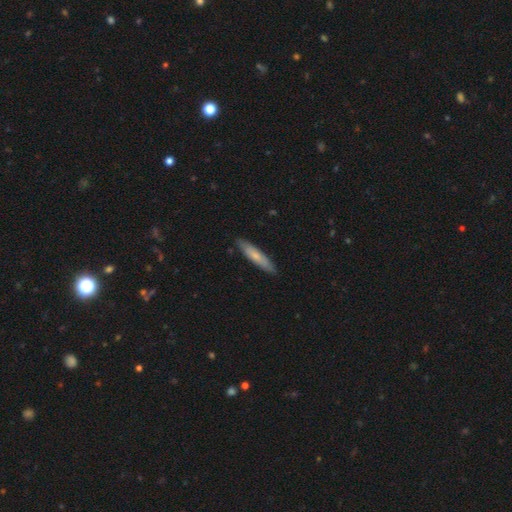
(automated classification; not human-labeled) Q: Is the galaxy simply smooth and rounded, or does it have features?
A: smooth — 67%.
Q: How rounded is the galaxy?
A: cigar-shaped — 85%.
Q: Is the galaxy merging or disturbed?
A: none — 87%.